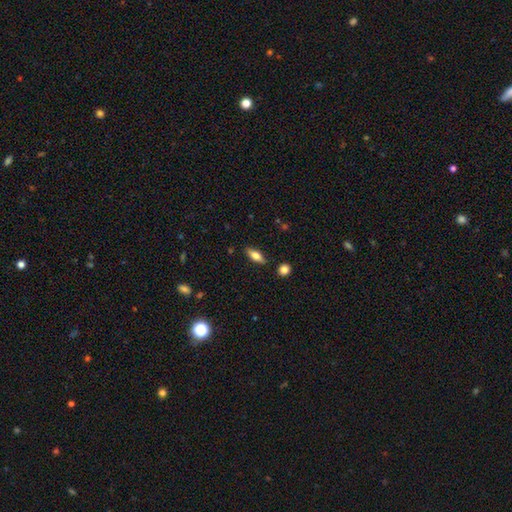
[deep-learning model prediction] smooth 62%, featured or disk 30%, star or artifact 7%. Down the decision tree: how rounded — in between (64%); merging — none (86%).